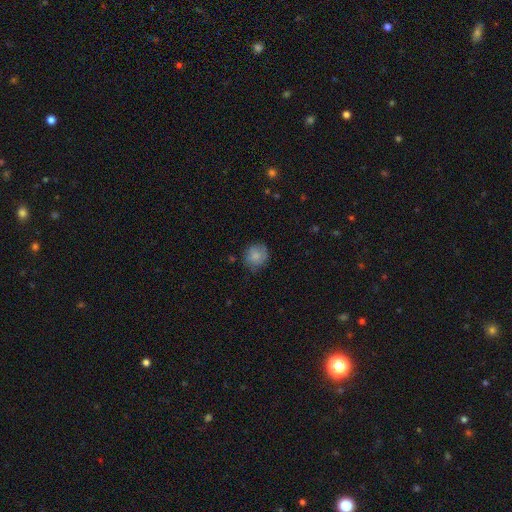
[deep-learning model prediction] Morphology: type=smooth (80%); roundness=round (83%); merging=none (73%).